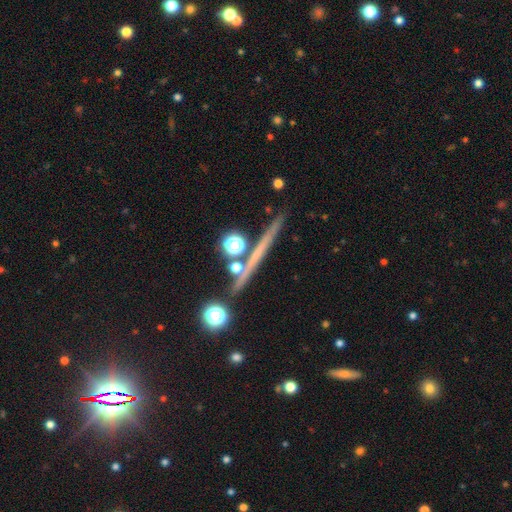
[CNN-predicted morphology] Smooth or featured: featured or disk — 49% (smooth — 30%)
Merging: none — 84% (minor disturbance — 8%)